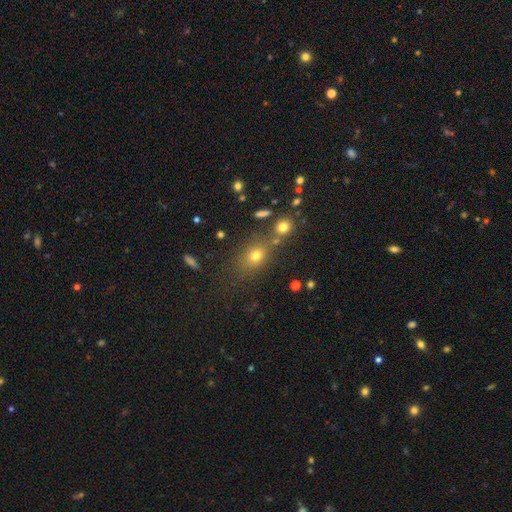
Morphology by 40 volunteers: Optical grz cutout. It shows a smooth galaxy with no disk features (75%) that is round (53%). Merging: none (54%).